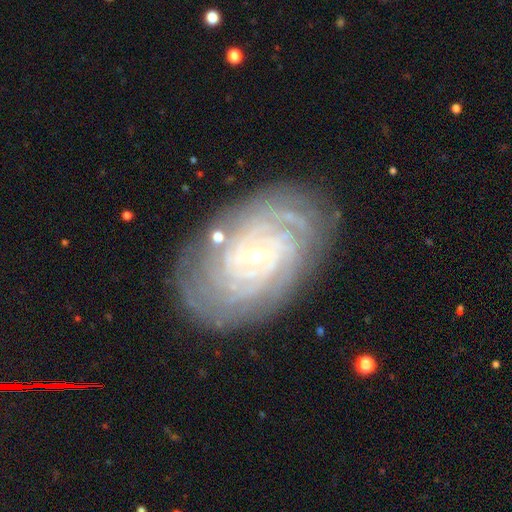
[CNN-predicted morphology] Q: Smooth or featured?
A: featured or disk (88%); runner-up: smooth (6%)
Q: Edge-on disk?
A: no (96%); runner-up: yes (4%)
Q: Bar?
A: weak (47%); runner-up: no (32%)
Q: Spiral arms?
A: yes (97%); runner-up: no (3%)
Q: Spiral winding?
A: tight (83%); runner-up: medium (14%)
Q: Spiral arm count?
A: can't tell (29%); runner-up: 4 (23%)
Q: Bulge size?
A: small (76%); runner-up: moderate (20%)
Q: Merging?
A: none (81%); runner-up: minor disturbance (14%)